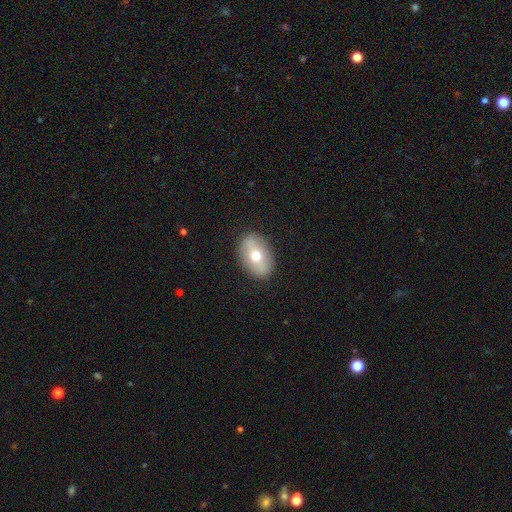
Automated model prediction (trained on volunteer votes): smooth 58%, featured or disk 34%, star or artifact 7%. Down the decision tree: how rounded — in between (82%); merging — none (87%).